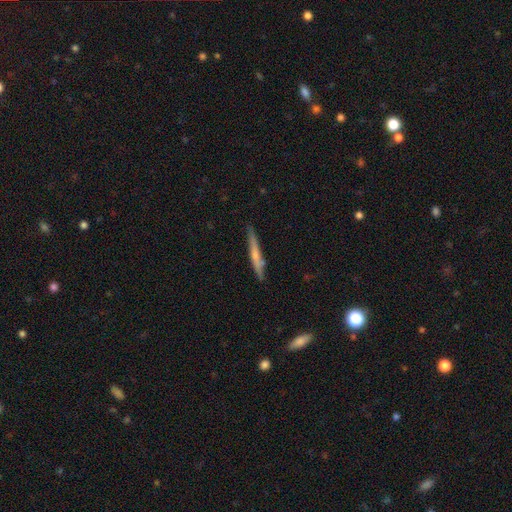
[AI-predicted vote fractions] Smooth or featured: smooth — 49% (featured or disk — 45%)
Merging: none — 82% (minor disturbance — 14%)